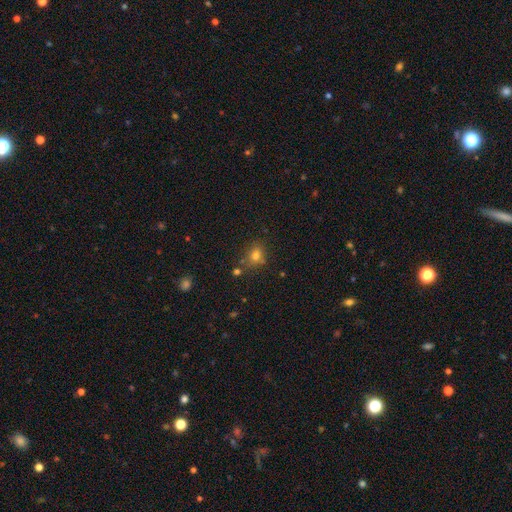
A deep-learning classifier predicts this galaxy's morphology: Overall: smooth (69%). How rounded: round (55%; in between 44%). Merging: none (66%).